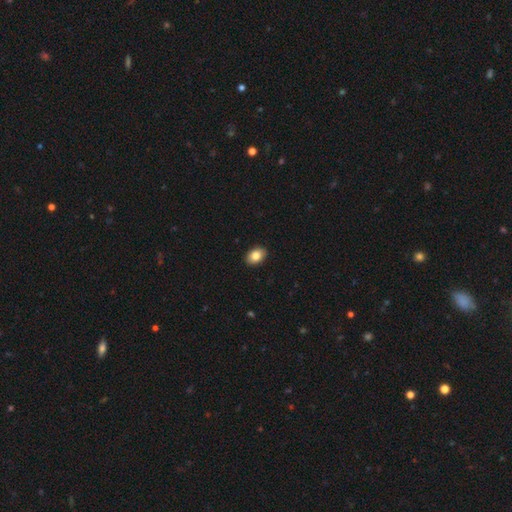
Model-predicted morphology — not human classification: Q: Smooth or featured?
A: smooth (84%); runner-up: featured or disk (8%)
Q: How rounded?
A: in between (82%); runner-up: round (17%)
Q: Merging?
A: none (91%); runner-up: minor disturbance (6%)